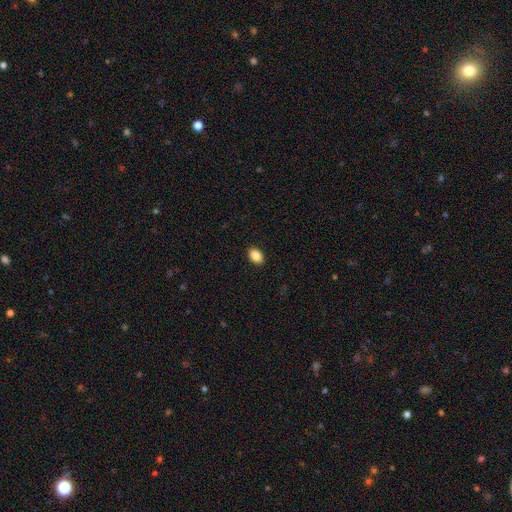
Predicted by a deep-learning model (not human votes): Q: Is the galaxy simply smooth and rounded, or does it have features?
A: smooth — 87%.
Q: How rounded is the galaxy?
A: in between — 83%.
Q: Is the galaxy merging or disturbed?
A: none — 90%.